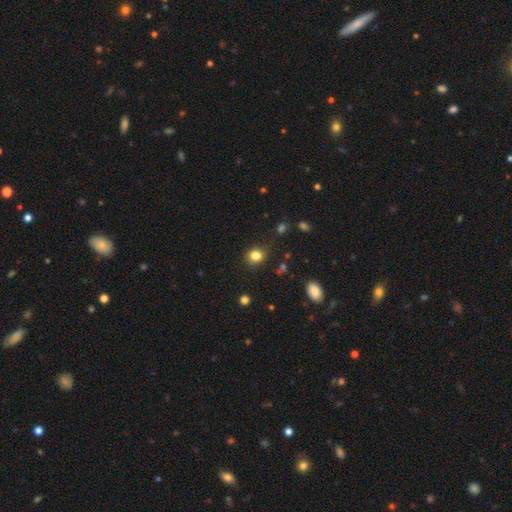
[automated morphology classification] A smooth galaxy with no disk features (82%) that is round (69%). Merging: none (82%).